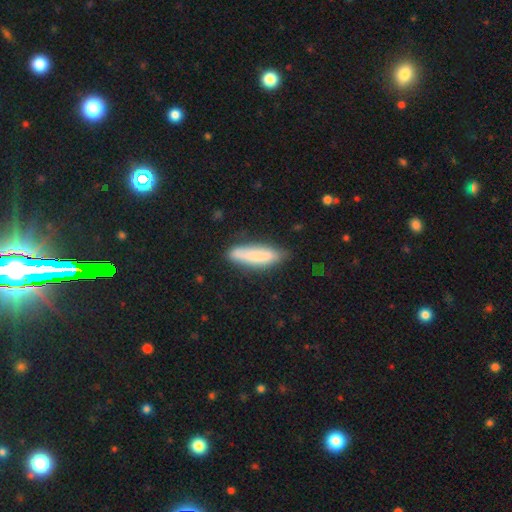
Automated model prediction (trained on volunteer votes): This is likely a smooth galaxy (77%). How rounded: likely cigar-shaped (68%). Merging: likely none (70%).